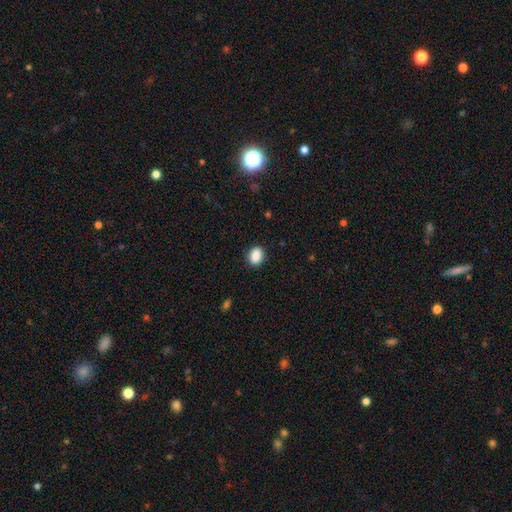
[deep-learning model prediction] A smooth galaxy with no disk features (88%) that is in between round and cigar-shaped (65%). Merging: none (86%).